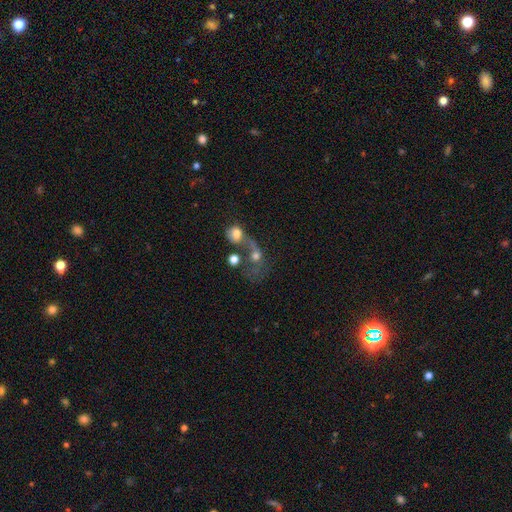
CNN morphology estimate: A smooth galaxy with no disk features (43%). Merging: merger (59%).